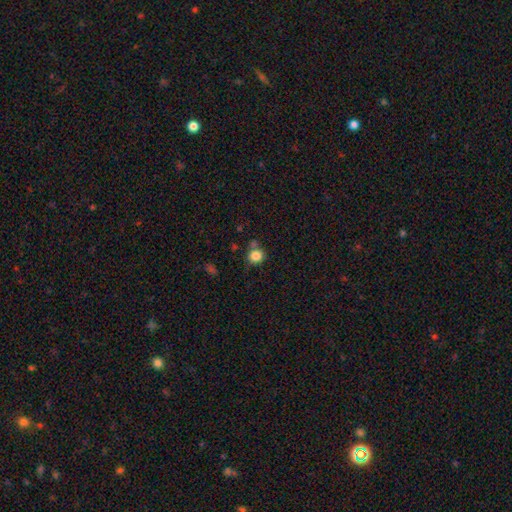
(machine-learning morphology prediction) smooth-or-featured: smooth: 83% | star or artifact: 11% | featured or disk: 6%
  how-rounded: round: 89% | in between: 10% | cigar-shaped: 1%
  merging: none: 67% | minor disturbance: 15% | merger: 14% | major disturbance: 5%